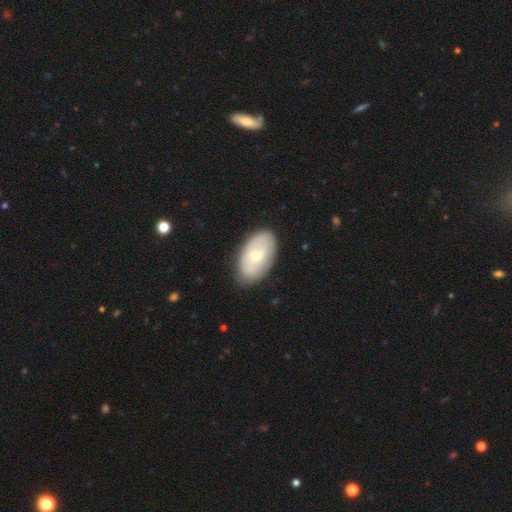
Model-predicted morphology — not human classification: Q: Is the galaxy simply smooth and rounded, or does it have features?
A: smooth — 50%.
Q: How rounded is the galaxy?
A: in between — 93%.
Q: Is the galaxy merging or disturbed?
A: none — 82%.